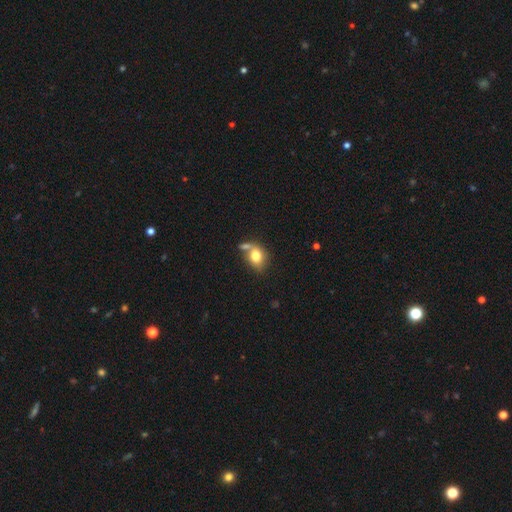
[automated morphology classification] smooth_or_featured: smooth (p=0.77) [alt: featured or disk p=0.14]
how_rounded: in between (p=0.55) [alt: round p=0.43]
merging: none (p=0.42) [alt: merger p=0.33]